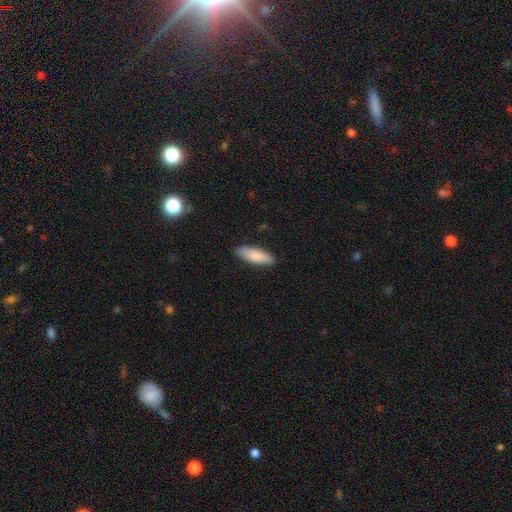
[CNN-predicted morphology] Smooth or featured? smooth (85%)
How rounded? in between (59%)
Merging? none (88%)